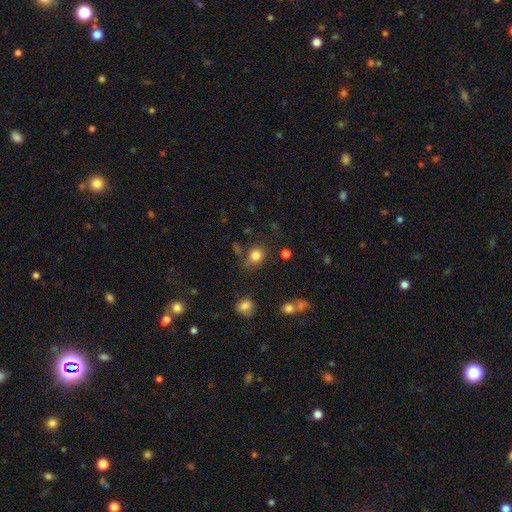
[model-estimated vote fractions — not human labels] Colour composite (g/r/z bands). It shows a smooth galaxy with no disk features (82%) that is round (71%). Merging: none (70%).